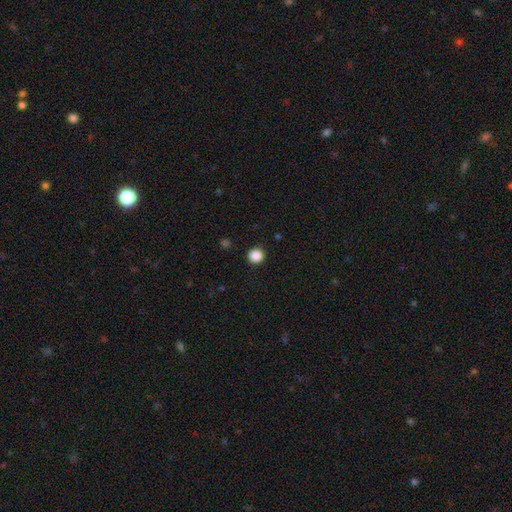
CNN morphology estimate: This is clearly a smooth galaxy (87%). How rounded: clearly round (94%). Merging: clearly none (92%).